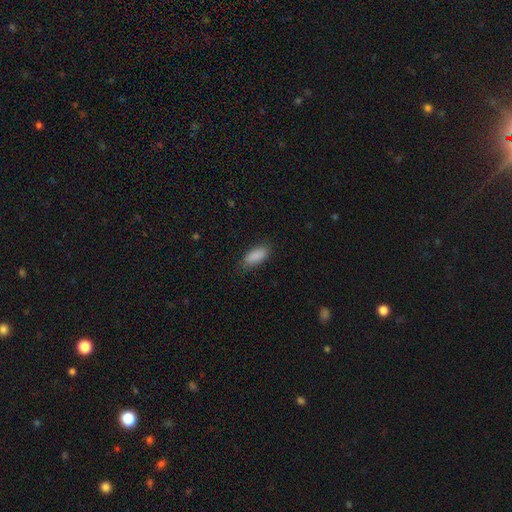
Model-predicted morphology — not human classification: A smooth galaxy with no disk features (89%) that is in between round and cigar-shaped (82%). Merging: none (81%).